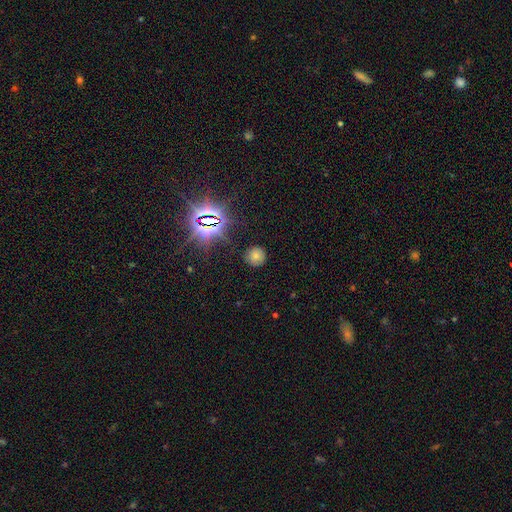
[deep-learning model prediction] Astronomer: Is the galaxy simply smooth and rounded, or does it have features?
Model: smooth — 65%.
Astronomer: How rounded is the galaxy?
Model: round — 93%.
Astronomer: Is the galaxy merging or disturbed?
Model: none — 86%.